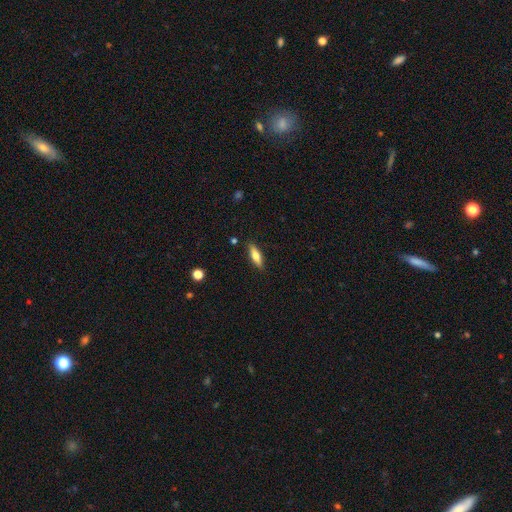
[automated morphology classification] Smooth or featured? smooth (63%)
How rounded? cigar-shaped (53%)
Merging? none (87%)